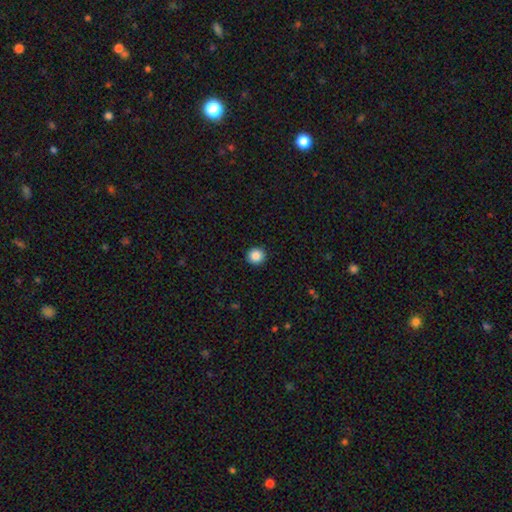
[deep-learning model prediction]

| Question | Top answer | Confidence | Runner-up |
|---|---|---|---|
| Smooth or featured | smooth | 88% | star or artifact (9%) |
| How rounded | round | 93% | in between (6%) |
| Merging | none | 93% | minor disturbance (4%) |